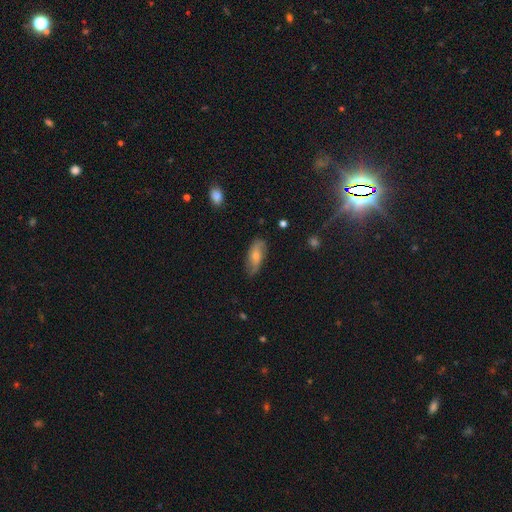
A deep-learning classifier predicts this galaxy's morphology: Smooth or featured: featured or disk — 48% (smooth — 41%)
Merging: none — 76% (minor disturbance — 19%)